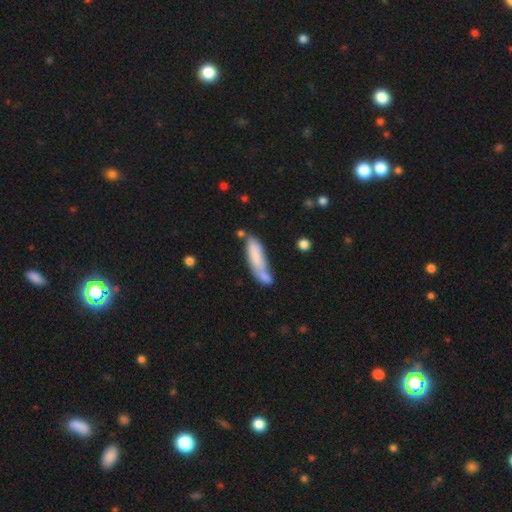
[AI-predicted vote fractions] Smooth or featured?
  - smooth: 75% *
  - featured or disk: 18%
  - star or artifact: 7%
How rounded?
  - cigar-shaped: 60% *
  - in between: 38%
  - round: 2%
Merging?
  - merger: 36% *
  - none: 34%
  - minor disturbance: 20%
  - major disturbance: 10%